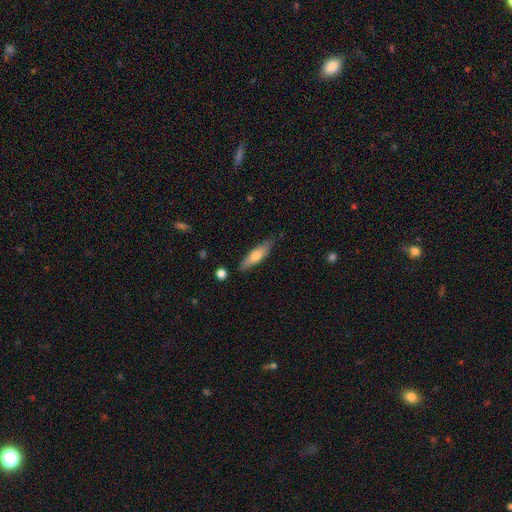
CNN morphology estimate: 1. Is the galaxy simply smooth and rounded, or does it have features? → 61% smooth, 33% featured or disk, 6% star or artifact.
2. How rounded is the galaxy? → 68% cigar-shaped, 30% in between, 2% round.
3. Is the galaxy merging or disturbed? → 82% none, 13% minor disturbance, 3% major disturbance, 2% merger.